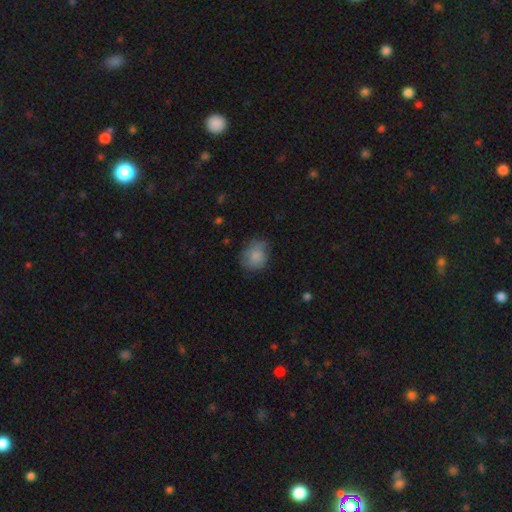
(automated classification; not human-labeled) Smooth or featured? Predicted: smooth (p=0.77). How rounded? Predicted: round (p=0.64). Merging? Predicted: none (p=0.63).